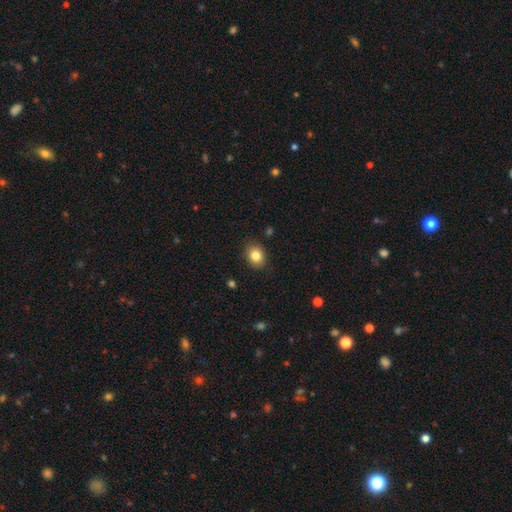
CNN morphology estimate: Smooth or featured? smooth (84%)
How rounded? in between (52%)
Merging? none (87%)